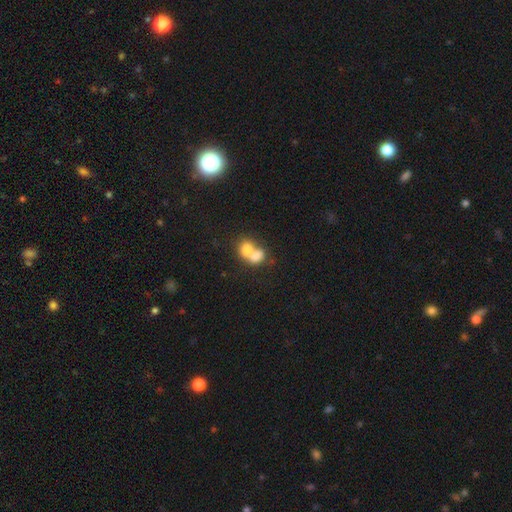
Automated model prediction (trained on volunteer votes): This is likely a smooth galaxy (72%). How rounded: possibly in between (52%). Merging: likely merger (76%).